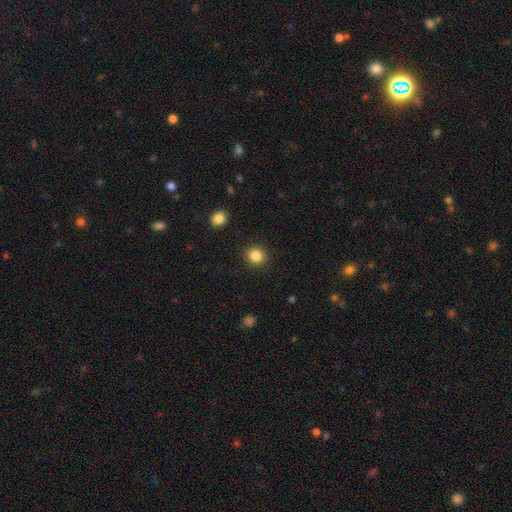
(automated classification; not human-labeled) Overall: smooth (86%). How rounded: round (84%). Merging: none (91%).